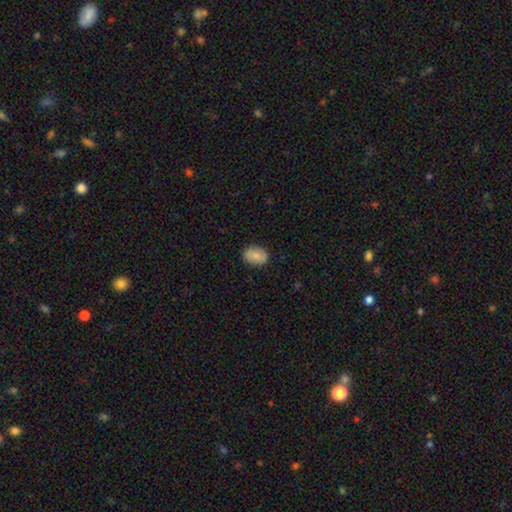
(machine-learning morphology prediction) This is clearly a smooth galaxy (84%). How rounded: clearly in between (80%). Merging: clearly none (87%).